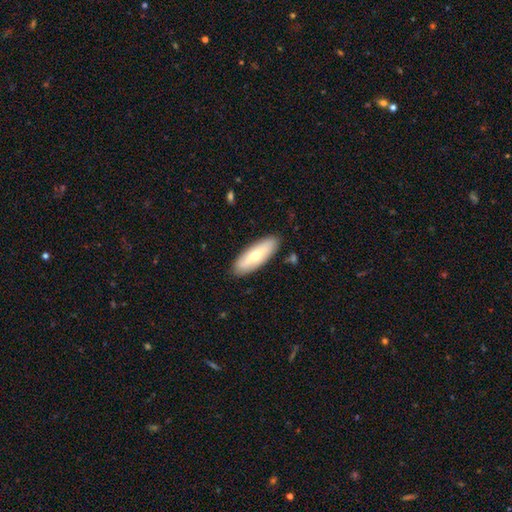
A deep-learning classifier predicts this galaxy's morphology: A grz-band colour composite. It shows a smooth galaxy with no disk features (57%) that is in between round and cigar-shaped (61%). Merging: none (88%).